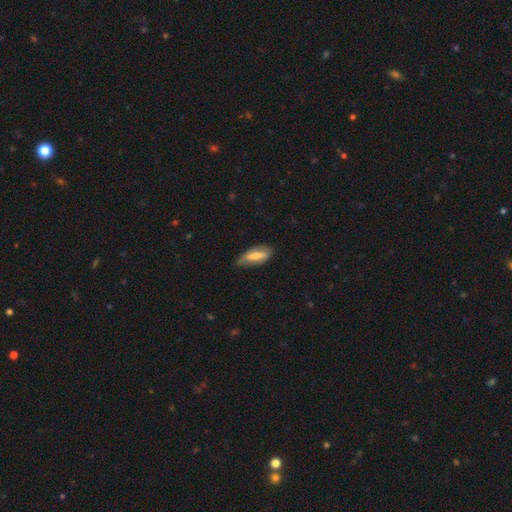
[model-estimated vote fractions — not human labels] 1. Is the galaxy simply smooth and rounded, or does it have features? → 64% smooth, 30% featured or disk, 6% star or artifact.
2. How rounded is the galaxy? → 77% in between, 21% cigar-shaped, 2% round.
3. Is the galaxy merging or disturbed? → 64% none, 28% minor disturbance, 6% major disturbance, 1% merger.